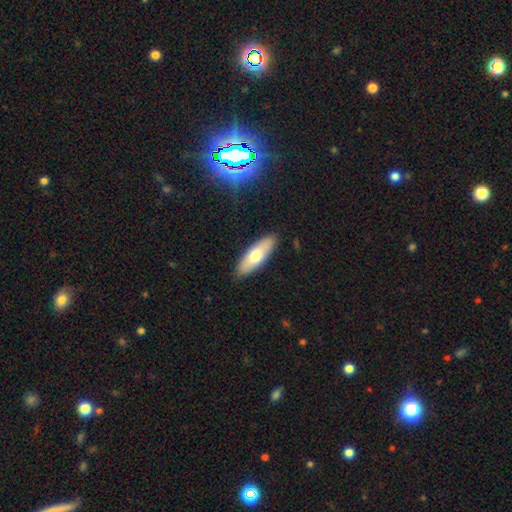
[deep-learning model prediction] Smooth or featured? smooth (66%)
How rounded? in between (62%)
Merging? none (87%)